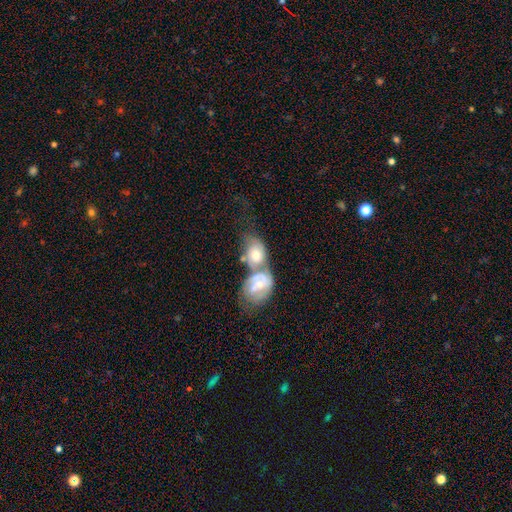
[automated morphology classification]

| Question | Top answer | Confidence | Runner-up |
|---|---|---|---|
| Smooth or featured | smooth | 46% | tied: featured or disk (46%) |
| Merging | merger | 67% | none (16%) |